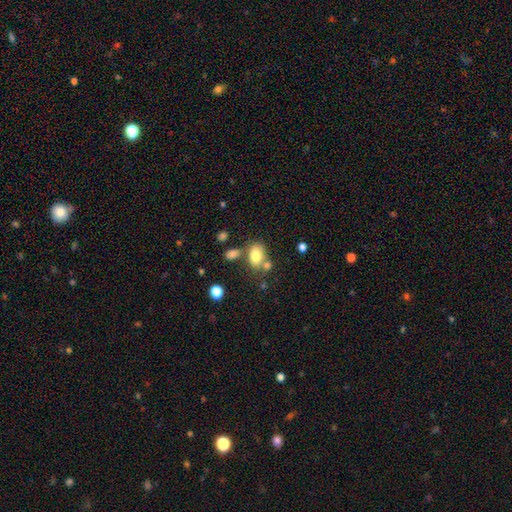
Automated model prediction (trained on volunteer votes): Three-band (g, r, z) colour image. It shows a smooth galaxy with no disk features (78%) that is in between round and cigar-shaped (81%). Merging: none (55%).